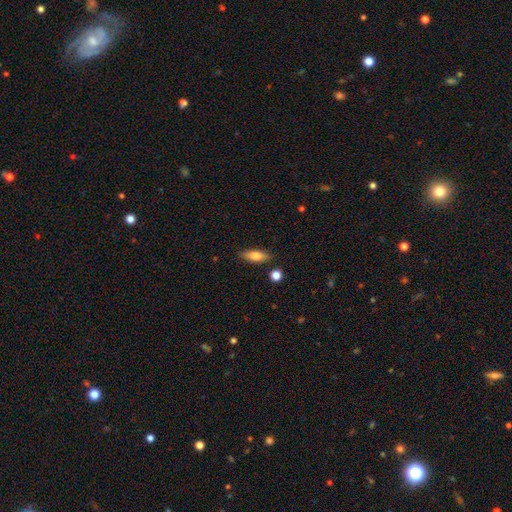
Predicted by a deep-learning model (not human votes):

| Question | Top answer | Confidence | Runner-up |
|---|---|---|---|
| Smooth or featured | smooth | 75% | featured or disk (18%) |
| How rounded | in between | 63% | cigar-shaped (34%) |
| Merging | none | 84% | minor disturbance (11%) |